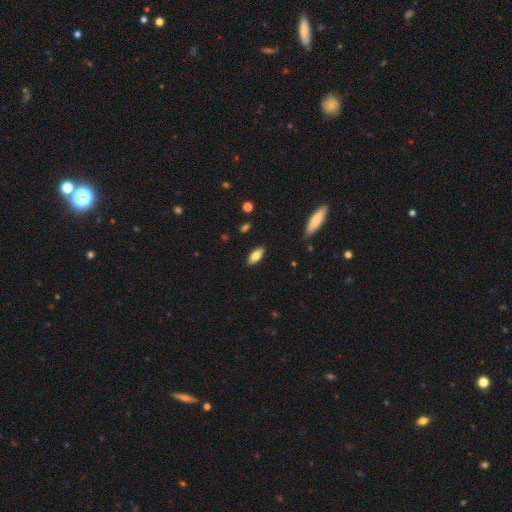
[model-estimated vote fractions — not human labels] Overall: smooth (79%). How rounded: in between (82%). Merging: none (87%).